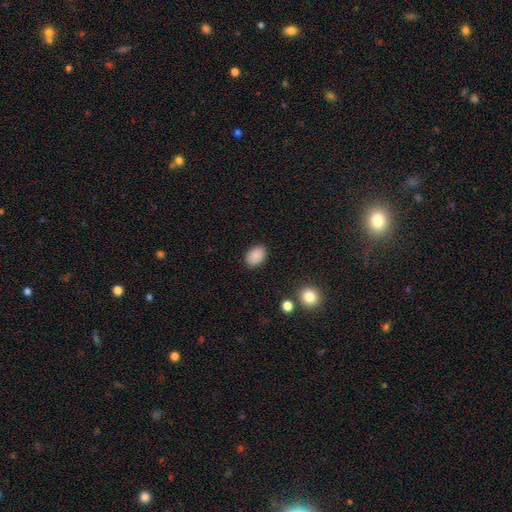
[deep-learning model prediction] Morphology: type=smooth (89%); roundness=in between (83%); merging=none (87%).